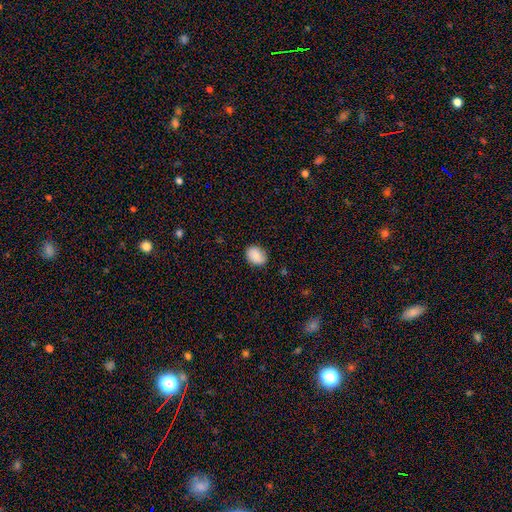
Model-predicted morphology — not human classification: The model was most divided on "how rounded": in between: 59%, round: 40%, cigar-shaped: 1%. More confident: merging — none (83%); smooth or featured — smooth (79%).